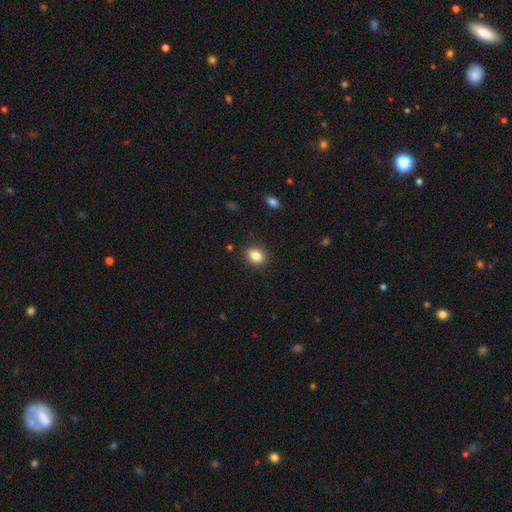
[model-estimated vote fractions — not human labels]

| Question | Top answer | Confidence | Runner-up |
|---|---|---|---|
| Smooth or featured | smooth | 85% | star or artifact (9%) |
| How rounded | in between | 70% | round (28%) |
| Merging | none | 88% | minor disturbance (9%) |